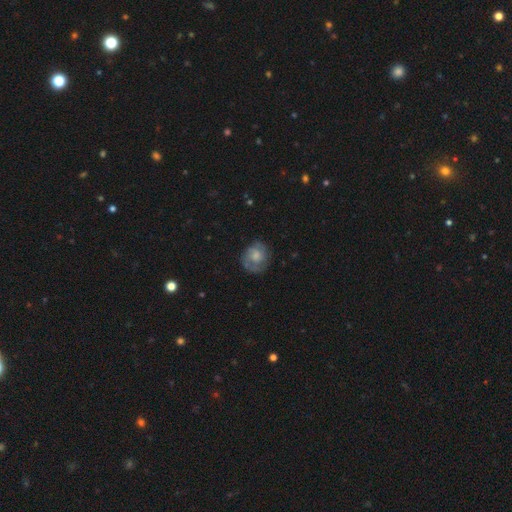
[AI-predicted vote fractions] Q: Smooth or featured?
A: featured or disk (52%); runner-up: smooth (41%)
Q: Edge-on disk?
A: no (97%); runner-up: yes (3%)
Q: Bar?
A: no (73%); runner-up: weak (23%)
Q: Spiral arms?
A: yes (78%); runner-up: no (22%)
Q: Bulge size?
A: moderate (42%); runner-up: small (32%)
Q: Merging?
A: none (70%); runner-up: minor disturbance (20%)